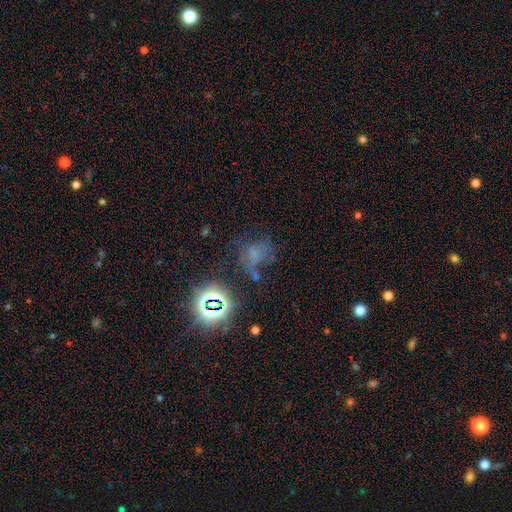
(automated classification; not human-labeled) The model was most divided on "smooth or featured": star or artifact: 51%, smooth: 27%, featured or disk: 22%.